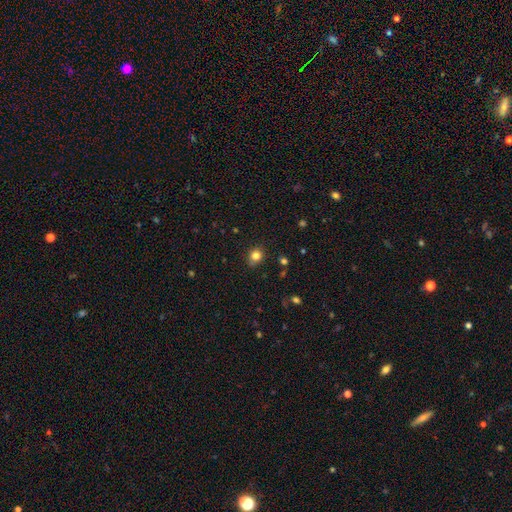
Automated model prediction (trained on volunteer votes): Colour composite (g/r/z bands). It shows a smooth galaxy with no disk features (81%) that is round (72%). Merging: none (83%).